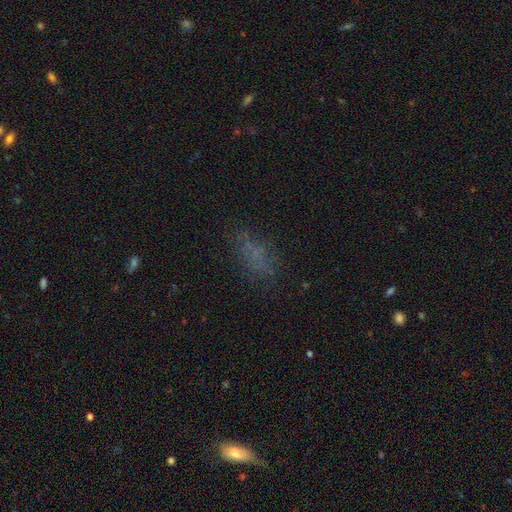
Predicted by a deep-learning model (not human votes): Overall: smooth (60%; star or artifact 22%). How rounded: in between (78%). Merging: none (63%).